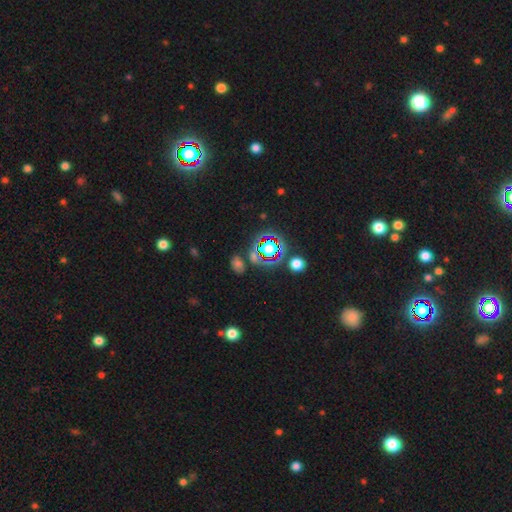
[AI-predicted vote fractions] Overall: star or artifact (69%).